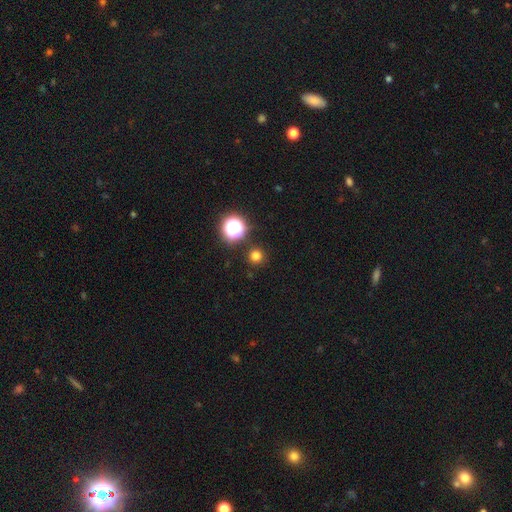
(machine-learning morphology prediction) type=smooth (75%); roundness=round (95%); merging=none (91%).